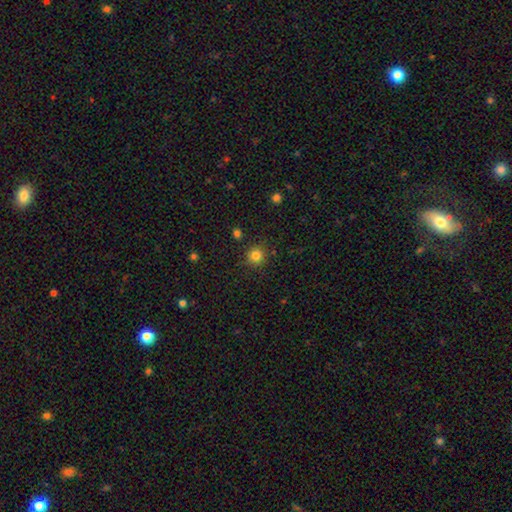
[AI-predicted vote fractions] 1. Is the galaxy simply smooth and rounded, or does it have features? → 81% smooth, 13% star or artifact, 6% featured or disk.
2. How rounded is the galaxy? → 93% round, 6% in between, 1% cigar-shaped.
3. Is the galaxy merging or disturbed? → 87% none, 8% minor disturbance, 3% major disturbance, 2% merger.